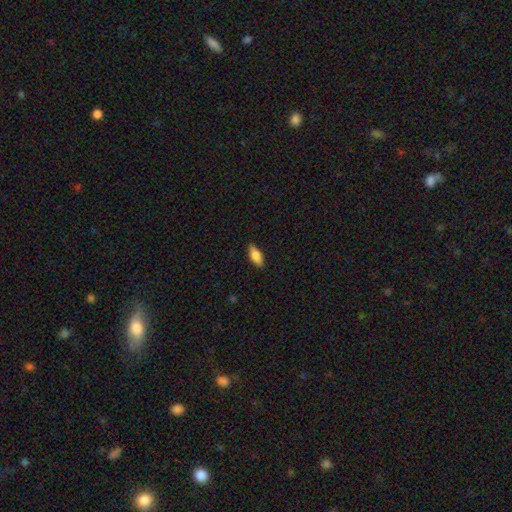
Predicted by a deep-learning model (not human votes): Smooth or featured? Predicted: smooth (p=0.73). How rounded? Predicted: in between (p=0.78). Merging? Predicted: none (p=0.88).